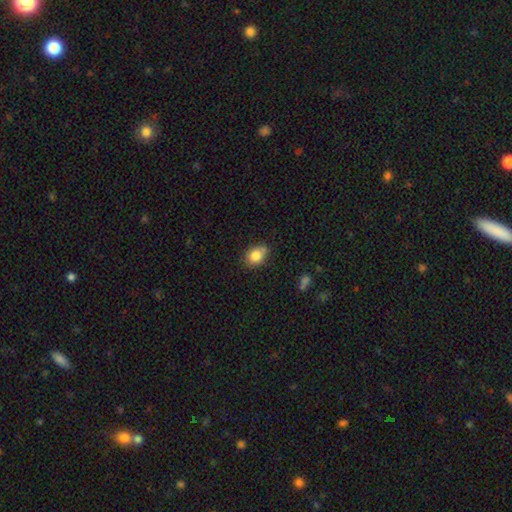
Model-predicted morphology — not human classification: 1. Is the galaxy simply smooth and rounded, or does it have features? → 82% smooth, 10% star or artifact, 8% featured or disk.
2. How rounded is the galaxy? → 53% in between, 46% round, 1% cigar-shaped.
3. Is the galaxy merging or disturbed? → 65% none, 23% minor disturbance, 7% merger, 4% major disturbance.